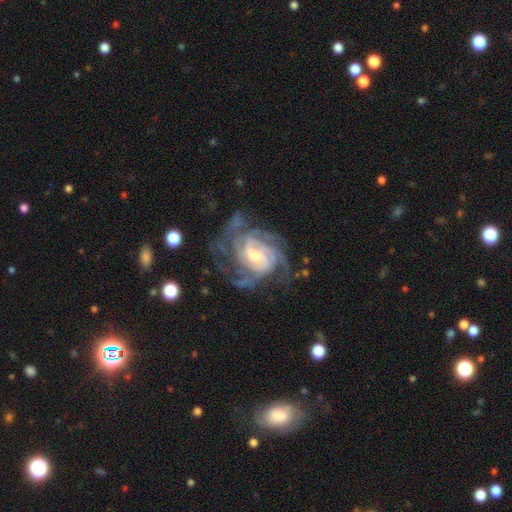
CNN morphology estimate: featured or disk 89%, smooth 5%, star or artifact 5%. Down the decision tree: edge-on disk — no (98%); bar — weak (45%); spiral arms — yes (97%); spiral arm count — 4 (25%); spiral winding — tight (55%); bulge size — small (46%); merging — none (59%).